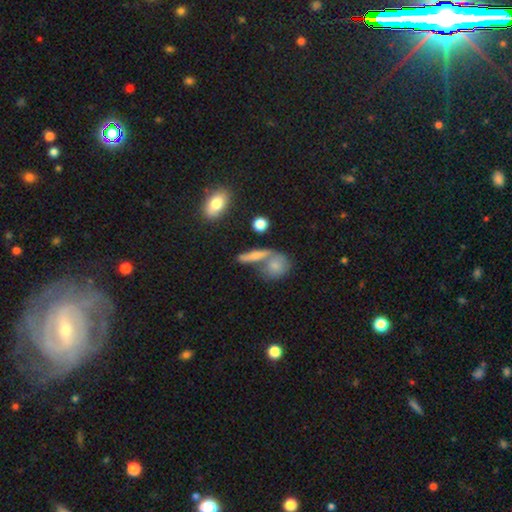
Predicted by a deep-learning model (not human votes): Q: Smooth or featured?
A: smooth (57%); runner-up: featured or disk (30%)
Q: How rounded?
A: in between (40%); runner-up: cigar-shaped (37%)
Q: Merging?
A: none (48%); runner-up: merger (31%)